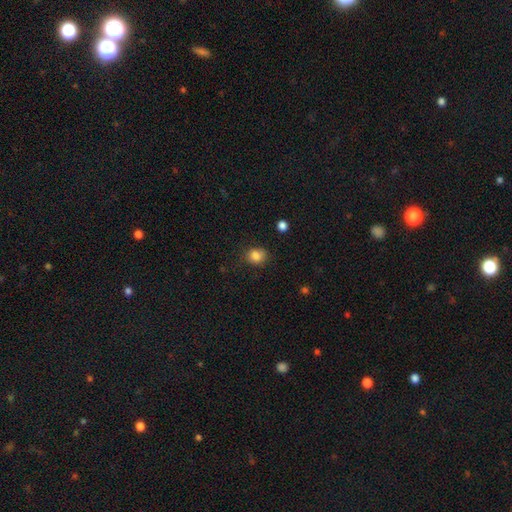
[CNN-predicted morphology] smooth-or-featured: smooth: 84% | star or artifact: 11% | featured or disk: 5%
  how-rounded: round: 67% | in between: 32% | cigar-shaped: 1%
  merging: none: 72% | minor disturbance: 20% | major disturbance: 6% | merger: 2%